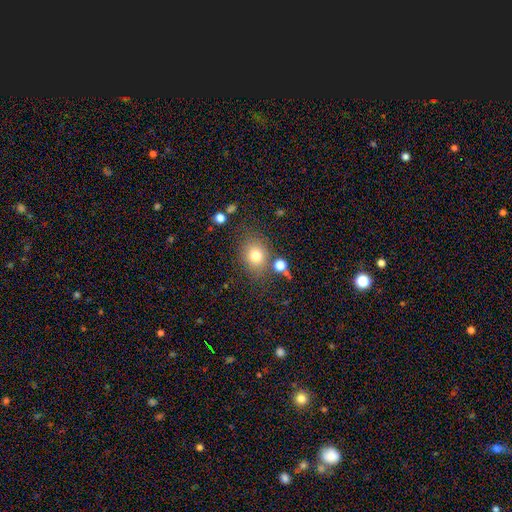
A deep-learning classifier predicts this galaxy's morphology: This appears to be a smooth galaxy with no disk features (77%) that is round (58%). Merging: none (73%).